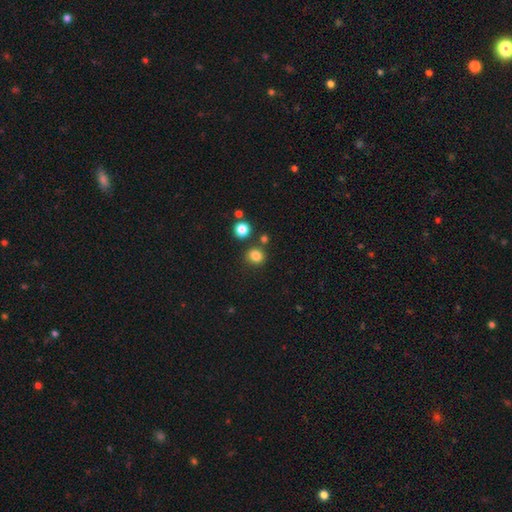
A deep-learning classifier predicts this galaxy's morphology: A smooth galaxy with no disk features (81%) that is round (84%). Merging: none (80%).